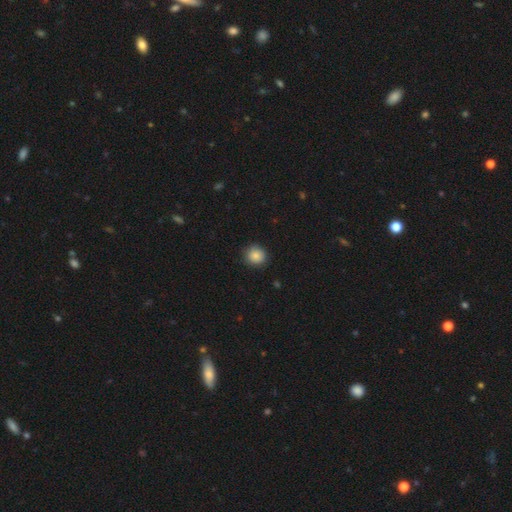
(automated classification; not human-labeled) This appears to be a smooth galaxy with no disk features (86%) that is round (88%). Merging: none (88%).